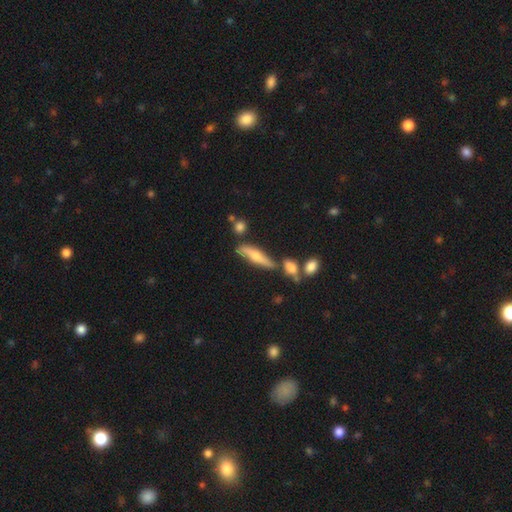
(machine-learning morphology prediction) Smooth or featured?
  - featured or disk: 49% *
  - smooth: 43%
  - star or artifact: 8%
Merging?
  - none: 63% *
  - minor disturbance: 19%
  - merger: 12%
  - major disturbance: 6%